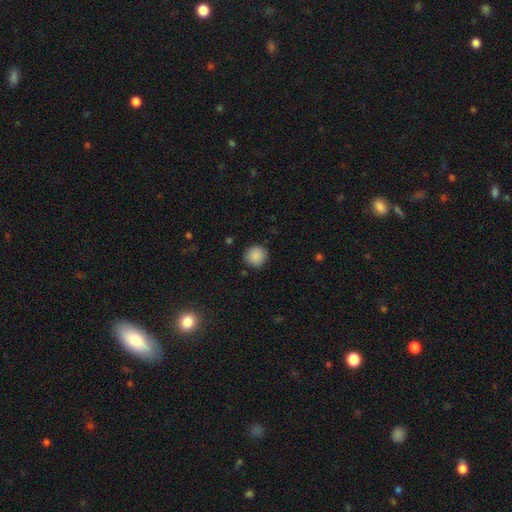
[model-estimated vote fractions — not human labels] This appears to be a smooth galaxy with no disk features (88%) that is round (93%). Merging: none (88%).